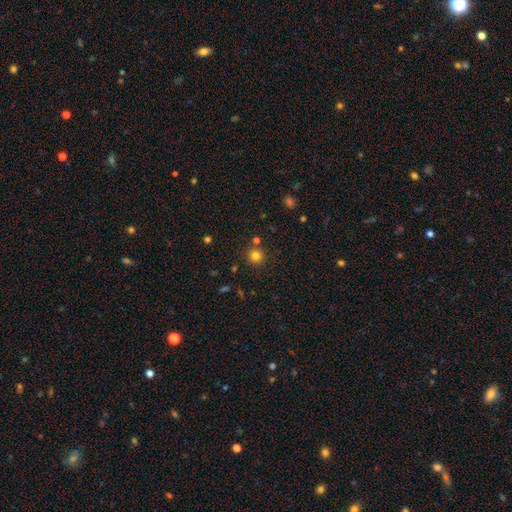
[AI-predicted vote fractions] This is clearly a smooth galaxy (80%). How rounded: clearly round (94%). Merging: clearly none (85%).